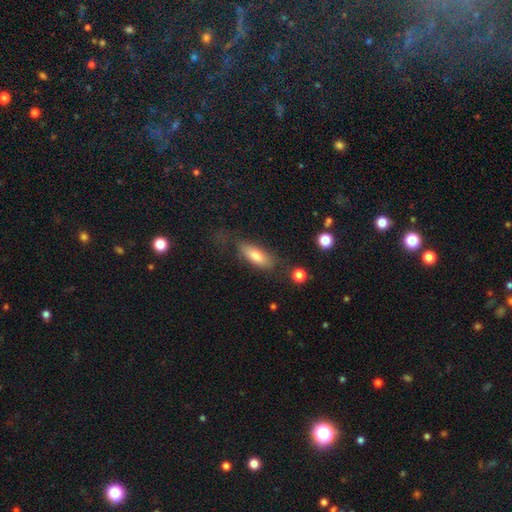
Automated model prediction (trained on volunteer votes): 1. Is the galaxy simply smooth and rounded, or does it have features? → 73% smooth, 18% featured or disk, 8% star or artifact.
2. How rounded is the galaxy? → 68% in between, 29% cigar-shaped, 3% round.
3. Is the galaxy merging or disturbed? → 62% none, 23% minor disturbance, 12% major disturbance, 3% merger.